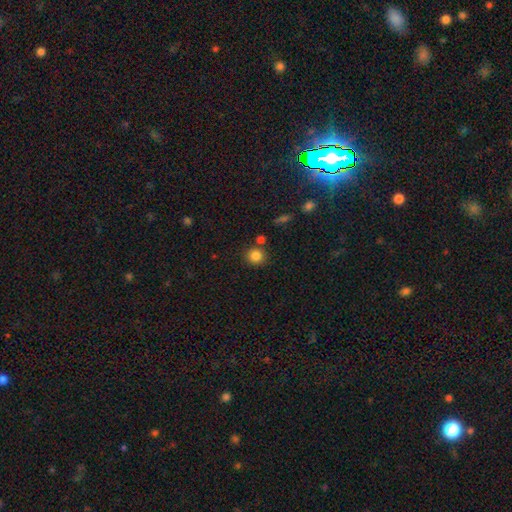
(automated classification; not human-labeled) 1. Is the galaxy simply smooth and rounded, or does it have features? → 84% smooth, 11% star or artifact, 5% featured or disk.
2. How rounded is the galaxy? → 87% round, 12% in between, 1% cigar-shaped.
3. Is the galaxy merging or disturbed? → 79% none, 9% minor disturbance, 9% merger, 3% major disturbance.